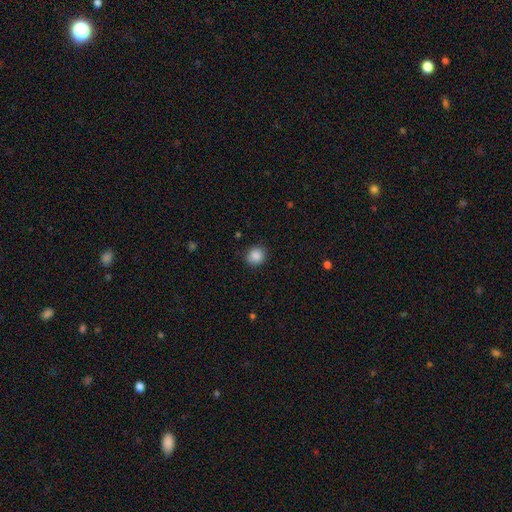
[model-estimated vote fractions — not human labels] A smooth galaxy with no disk features (87%) that is round (85%).

Vote fractions:
- Smooth or featured? smooth: 87% / star or artifact: 9% / featured or disk: 3%
- How rounded? round: 85% / in between: 14% / cigar-shaped: 1%
- Merging? none: 87% / minor disturbance: 9% / major disturbance: 2% / merger: 1%